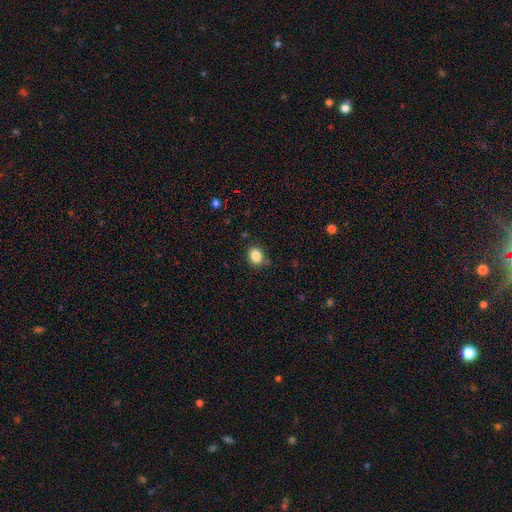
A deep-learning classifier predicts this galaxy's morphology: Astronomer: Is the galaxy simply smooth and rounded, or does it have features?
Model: smooth — 85%.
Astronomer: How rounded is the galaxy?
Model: round — 57% (runner-up: in between, 42%).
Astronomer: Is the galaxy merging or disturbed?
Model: none — 79%.